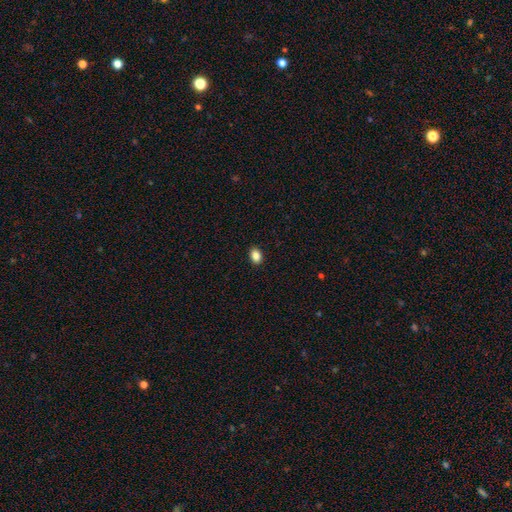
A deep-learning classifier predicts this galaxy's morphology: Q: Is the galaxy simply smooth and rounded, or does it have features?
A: smooth — 86%.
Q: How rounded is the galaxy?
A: in between — 71%.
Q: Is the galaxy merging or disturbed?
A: none — 91%.